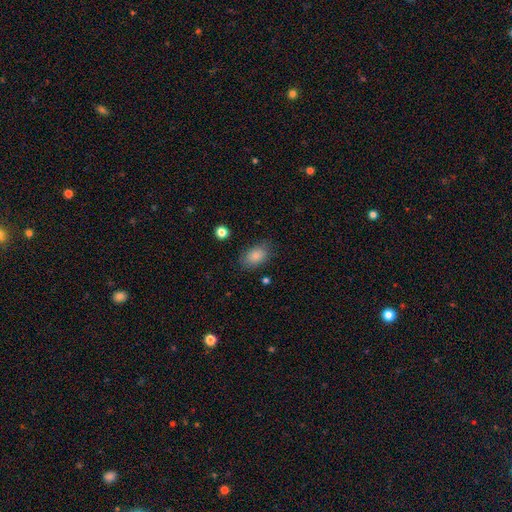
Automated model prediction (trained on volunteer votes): The model was most divided on "merging": none: 79%, minor disturbance: 15%, major disturbance: 4%, merger: 2%. More confident: how rounded — in between (88%); smooth or featured — smooth (85%).